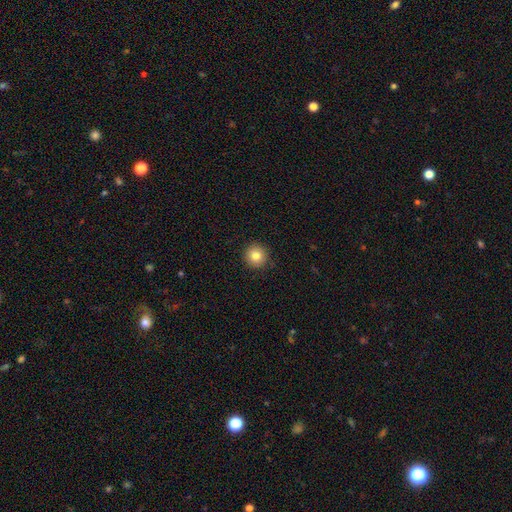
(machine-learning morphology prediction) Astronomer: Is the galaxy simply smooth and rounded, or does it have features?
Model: smooth — 81%.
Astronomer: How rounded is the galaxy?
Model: round — 96%.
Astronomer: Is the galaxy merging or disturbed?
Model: none — 92%.